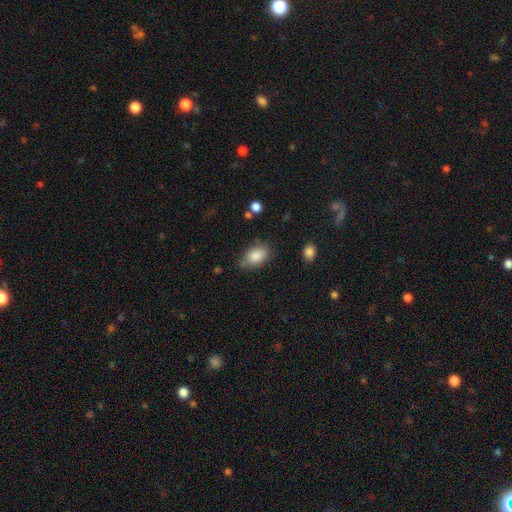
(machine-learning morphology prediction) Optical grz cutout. It shows a smooth galaxy with no disk features (85%) that is in between round and cigar-shaped (86%). Merging: none (68%).